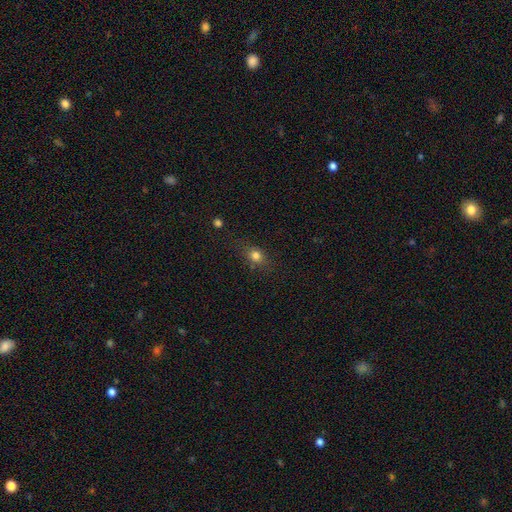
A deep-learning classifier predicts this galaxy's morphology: The model was most divided on "how rounded": round: 51%, in between: 44%, cigar-shaped: 5%. More confident: smooth or featured — smooth (76%); merging — none (73%).